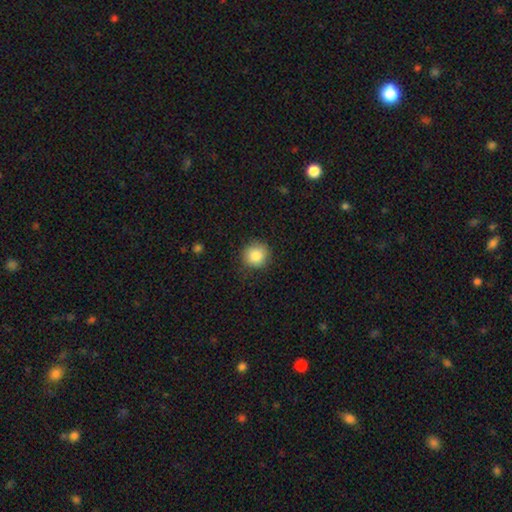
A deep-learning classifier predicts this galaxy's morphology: This appears to be a smooth galaxy with no disk features (86%) that is round (92%). Merging: none (85%).